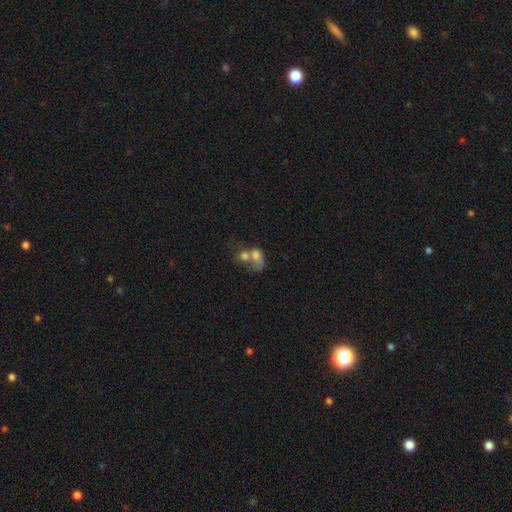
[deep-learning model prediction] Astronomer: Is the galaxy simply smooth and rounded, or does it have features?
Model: smooth — 62%.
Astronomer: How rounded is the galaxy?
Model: in between — 65%.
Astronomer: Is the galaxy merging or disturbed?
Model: merger — 72%.